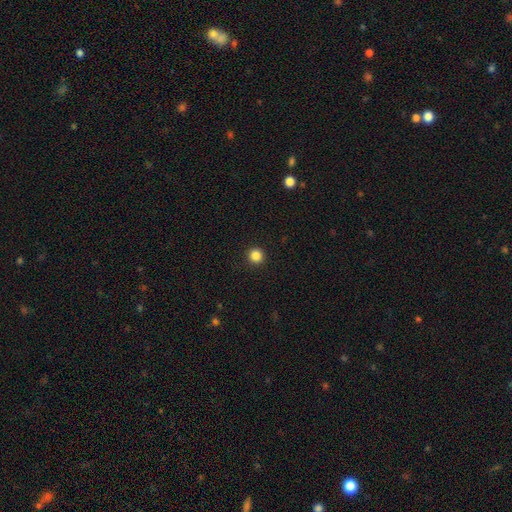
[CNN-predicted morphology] A smooth galaxy with no disk features (86%) that is round (96%).

Vote fractions:
- Smooth or featured? smooth: 86% / star or artifact: 11% / featured or disk: 3%
- How rounded? round: 96% / in between: 3% / cigar-shaped: 1%
- Merging? none: 93% / minor disturbance: 4% / major disturbance: 2% / merger: 1%